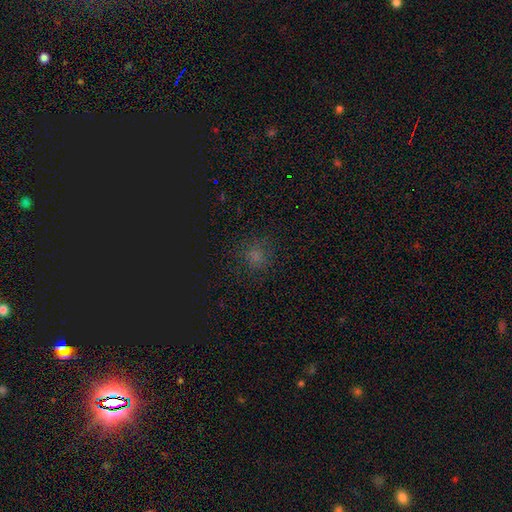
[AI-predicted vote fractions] This is likely a smooth galaxy (63%). How rounded: clearly round (83%). Merging: likely none (80%).